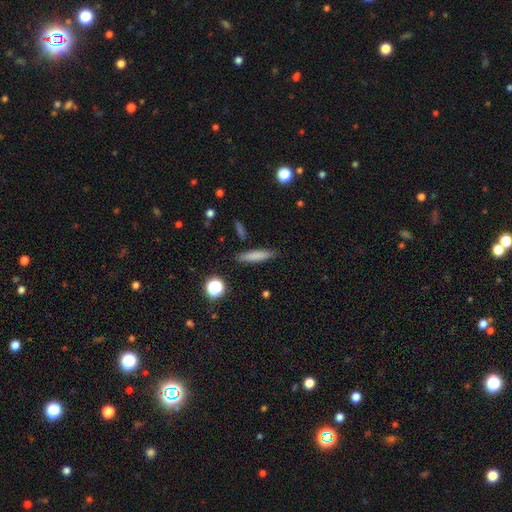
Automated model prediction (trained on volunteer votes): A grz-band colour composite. It shows a smooth galaxy with no disk features (79%) that is cigar-shaped (78%). Merging: none (85%).